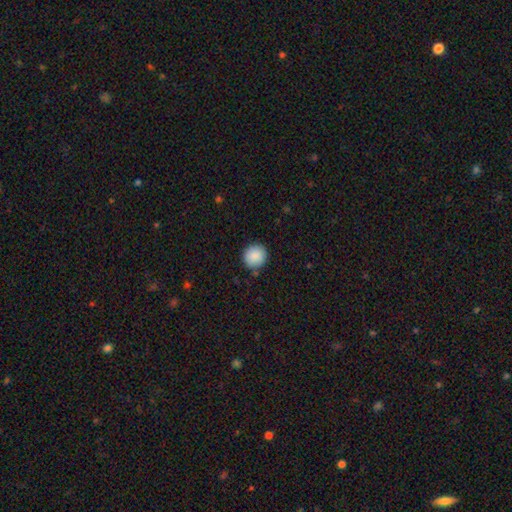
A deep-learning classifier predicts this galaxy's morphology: This appears to be a smooth galaxy with no disk features (89%) that is round (93%). Merging: none (88%).